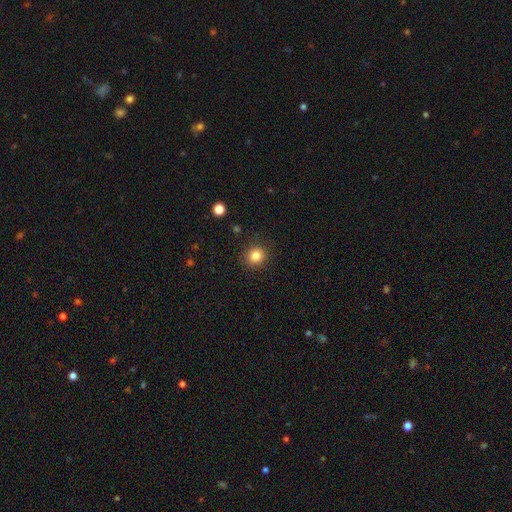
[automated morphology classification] type=smooth (84%); roundness=round (83%); merging=none (89%).